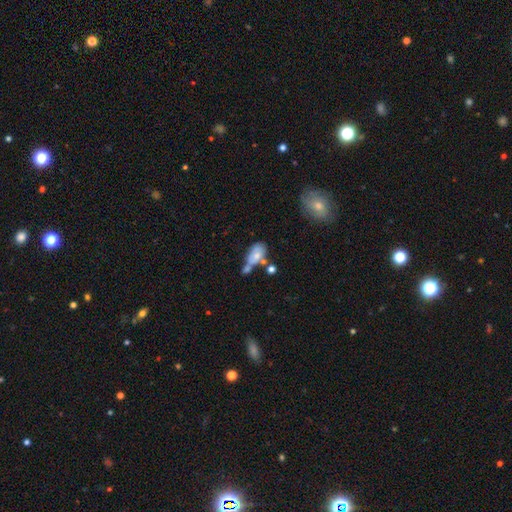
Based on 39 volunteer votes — A smooth galaxy with no disk features (54%) that is in between round and cigar-shaped (81%).

Vote fractions:
- Smooth or featured? smooth: 54% / featured or disk: 33% / star or artifact: 13%
- How rounded? in between: 81% / round: 10% / cigar-shaped: 10%
- Merging? merger: 47% / minor disturbance: 26% / none: 18% / major disturbance: 9%